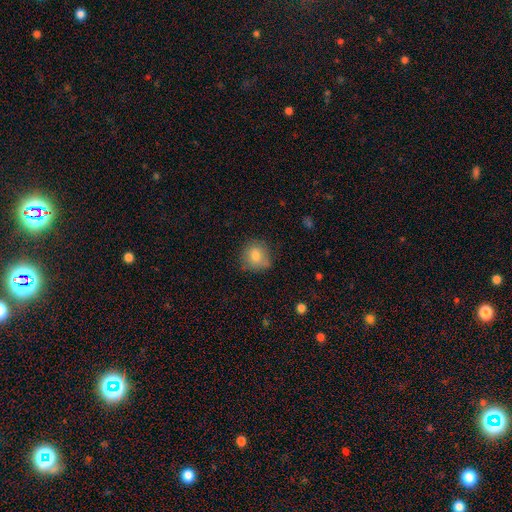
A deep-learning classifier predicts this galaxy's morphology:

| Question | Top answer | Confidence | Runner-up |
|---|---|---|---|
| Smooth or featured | smooth | 80% | featured or disk (11%) |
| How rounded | round | 85% | in between (14%) |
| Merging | none | 73% | minor disturbance (21%) |